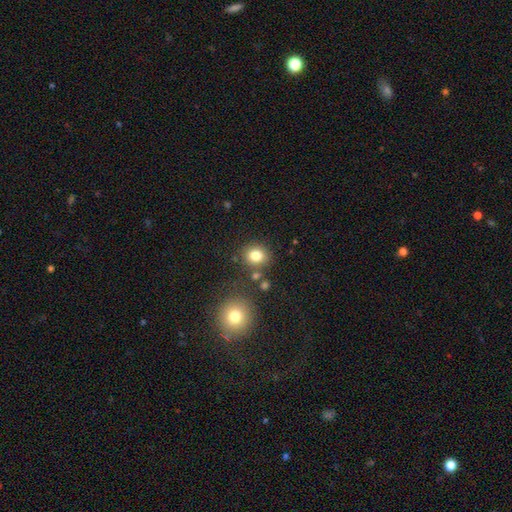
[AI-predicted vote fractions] The model was most divided on "how rounded": round: 74%, in between: 25%, cigar-shaped: 1%. More confident: smooth or featured — smooth (80%); merging — none (78%).